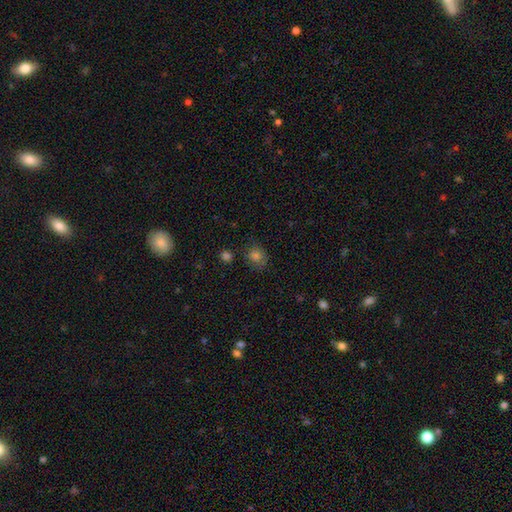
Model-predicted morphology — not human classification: Overall: smooth (75%). How rounded: round (72%). Merging: none (73%).